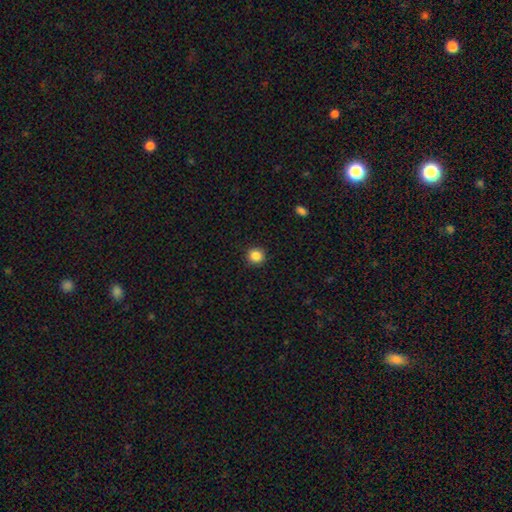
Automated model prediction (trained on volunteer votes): Morphology: type=smooth (86%); roundness=round (93%); merging=none (92%).